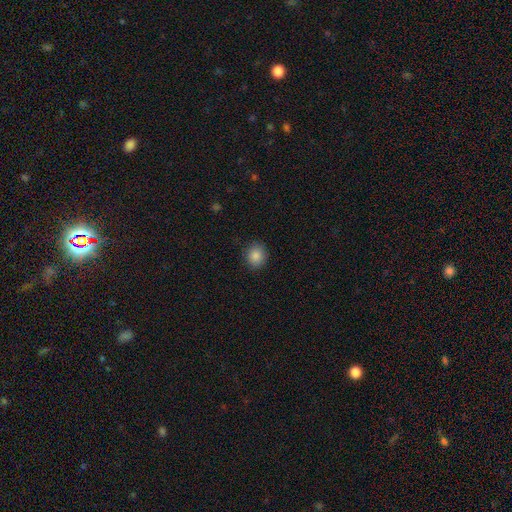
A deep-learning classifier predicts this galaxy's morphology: A smooth galaxy with no disk features (86%) that is round (75%).

Vote fractions:
- Smooth or featured? smooth: 86% / star or artifact: 10% / featured or disk: 4%
- How rounded? round: 75% / in between: 24% / cigar-shaped: 1%
- Merging? none: 87% / minor disturbance: 9% / major disturbance: 3% / merger: 1%